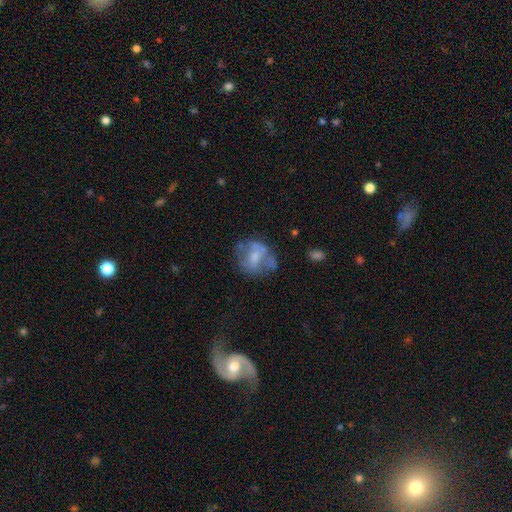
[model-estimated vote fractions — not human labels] This appears to be a featured or disk galaxy (50%). Merging: none (44%).